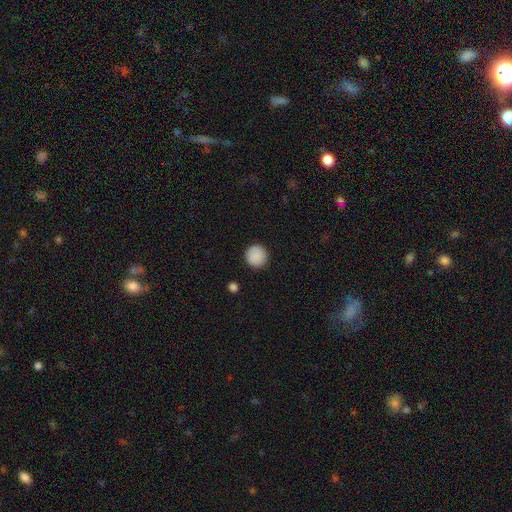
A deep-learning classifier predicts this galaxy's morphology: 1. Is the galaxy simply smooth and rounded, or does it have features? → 88% smooth, 8% star or artifact, 3% featured or disk.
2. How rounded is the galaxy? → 95% round, 4% in between, 1% cigar-shaped.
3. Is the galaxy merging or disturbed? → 91% none, 6% minor disturbance, 2% major disturbance, 1% merger.